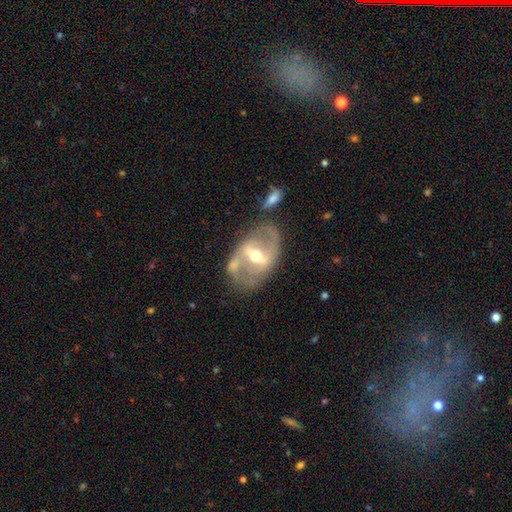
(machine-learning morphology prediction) smooth-or-featured: featured or disk: 83% | smooth: 11% | star or artifact: 6%
  disk-edge-on: no: 94% | yes: 6%
    bar: strong: 57% | weak: 32% | no: 11%
    has-spiral-arms: yes: 75% | no: 25%
      spiral-winding: medium: 45% | loose: 30% | tight: 25%
      spiral-arm-count: 2: 80% | can't tell: 12% | 1: 4% | 3: 2% | 4: 1% | more than 4: 1%
    bulge-size: moderate: 64% | small: 28% | large: 5% | none: 1% | dominant: 1%
  merging: none: 59% | minor disturbance: 18% | merger: 13% | major disturbance: 10%